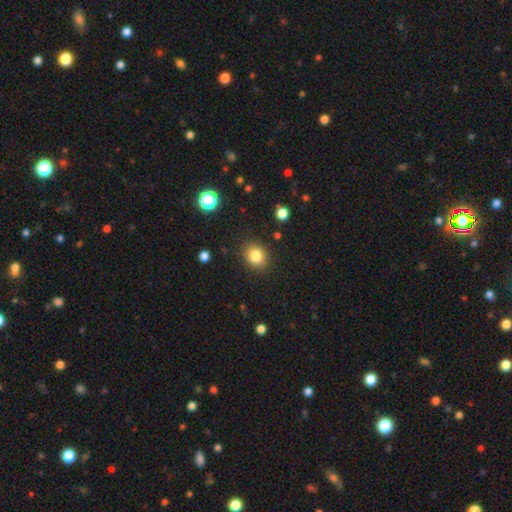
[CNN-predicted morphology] type=smooth (83%); roundness=round (62%); merging=none (87%).